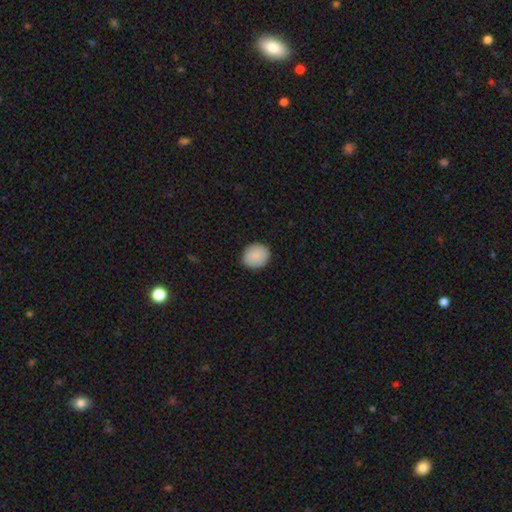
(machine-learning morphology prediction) A smooth galaxy with no disk features (89%) that is round (77%). Merging: none (89%).